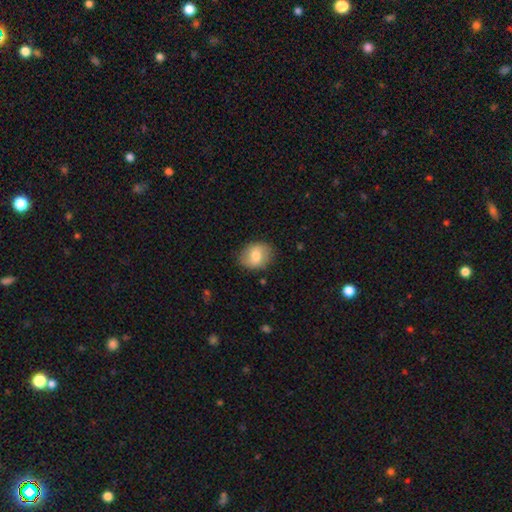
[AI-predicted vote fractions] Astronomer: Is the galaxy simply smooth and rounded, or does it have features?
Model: smooth — 75%.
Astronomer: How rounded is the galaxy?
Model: in between — 53% (runner-up: round, 46%).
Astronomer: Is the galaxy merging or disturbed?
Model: none — 83%.